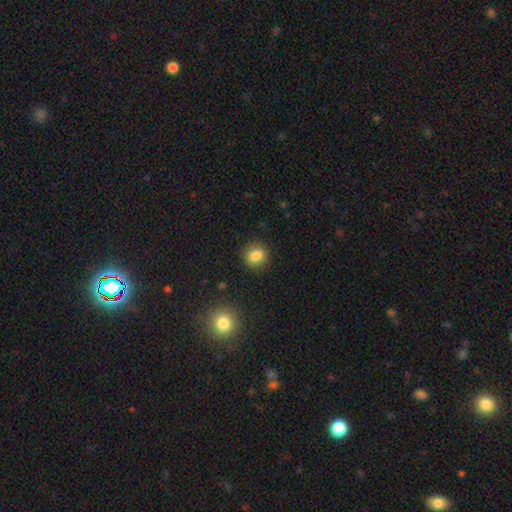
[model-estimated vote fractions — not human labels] Smooth or featured: smooth — 83% (star or artifact — 11%)
How rounded: round — 77% (in between — 22%)
Merging: none — 89% (minor disturbance — 8%)